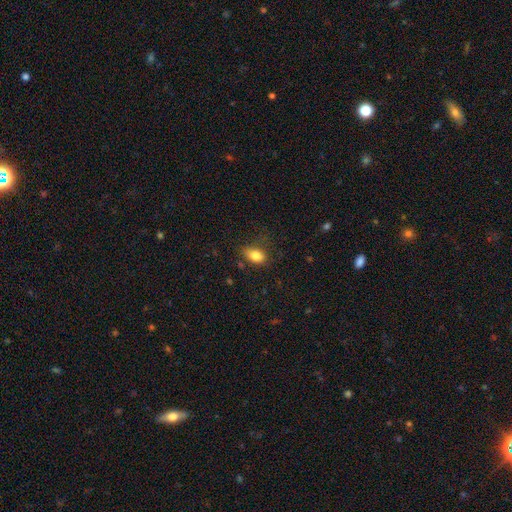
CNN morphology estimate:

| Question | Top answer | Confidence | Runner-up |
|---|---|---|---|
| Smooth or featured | smooth | 82% | star or artifact (9%) |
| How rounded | in between | 85% | round (13%) |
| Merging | none | 70% | minor disturbance (21%) |